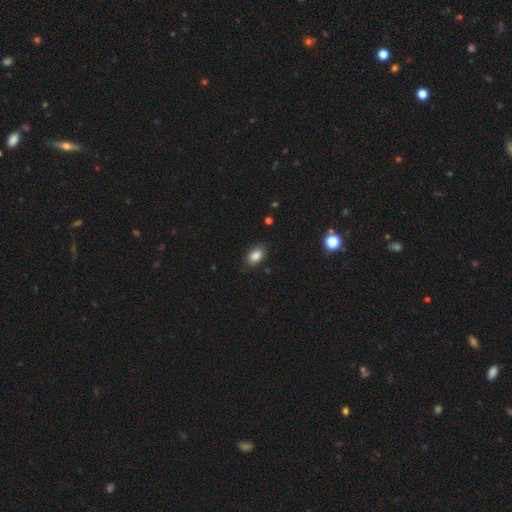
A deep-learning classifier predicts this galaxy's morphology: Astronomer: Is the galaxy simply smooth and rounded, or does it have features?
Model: smooth — 86%.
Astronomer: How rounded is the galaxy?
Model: in between — 89%.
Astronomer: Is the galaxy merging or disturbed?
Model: none — 82%.